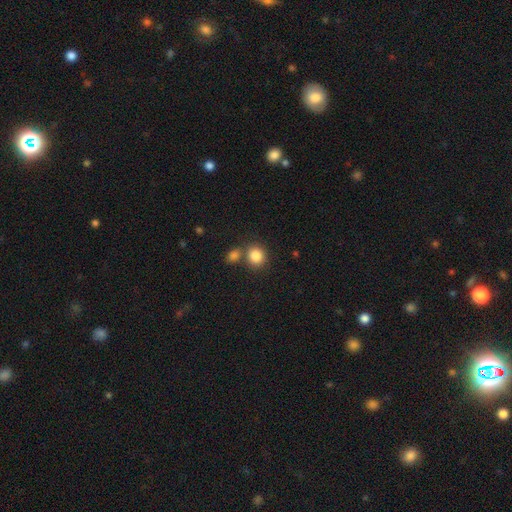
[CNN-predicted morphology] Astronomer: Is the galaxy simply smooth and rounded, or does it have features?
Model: smooth — 85%.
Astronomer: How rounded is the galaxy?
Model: round — 75%.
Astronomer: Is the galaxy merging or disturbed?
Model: none — 61%.